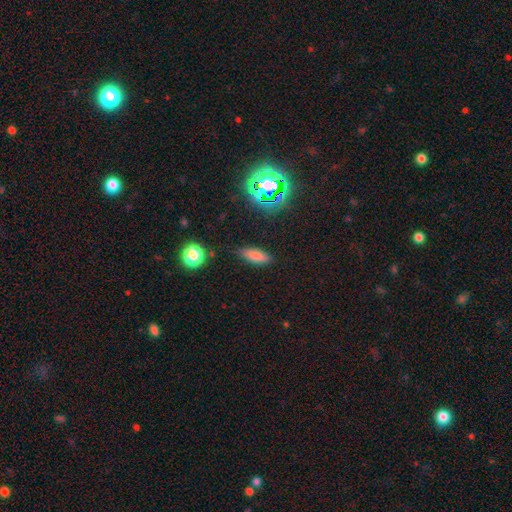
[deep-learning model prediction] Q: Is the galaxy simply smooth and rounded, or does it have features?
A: smooth — 77%.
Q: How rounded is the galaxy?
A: in between — 69%.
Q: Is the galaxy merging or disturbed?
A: none — 81%.